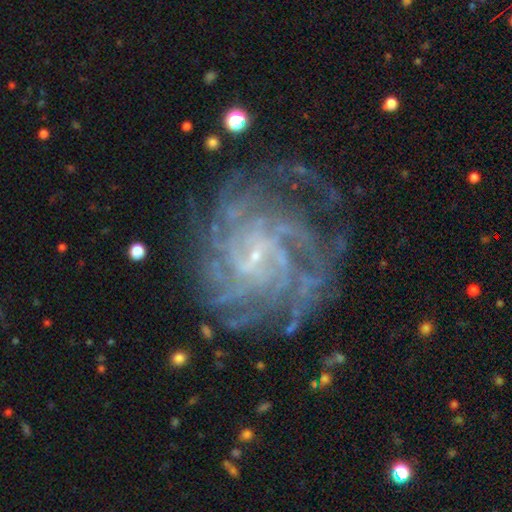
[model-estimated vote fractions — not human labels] This is clearly a featured or disk galaxy (89%). It is clearly not viewed edge-on (98%). Bar: possibly no (47%). Spiral arm pattern: clearly yes (97%). Spiral arm count: marginally more than 4 (34%). Spiral winding: likely tight (68%). Central bulge: clearly small (85%). Merging: likely none (71%).